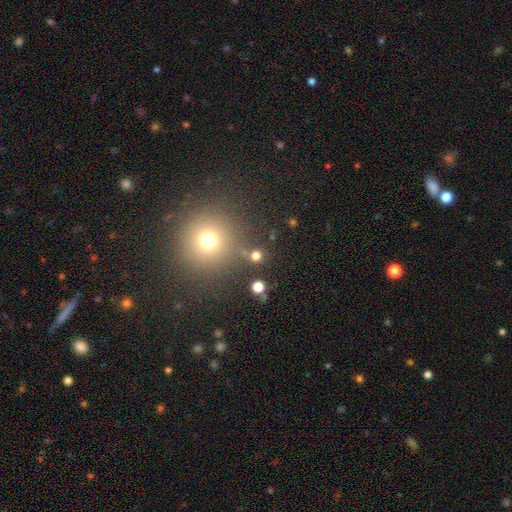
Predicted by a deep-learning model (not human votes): Q: Smooth or featured?
A: smooth (72%); runner-up: star or artifact (21%)
Q: How rounded?
A: round (91%); runner-up: in between (8%)
Q: Merging?
A: none (77%); runner-up: merger (11%)